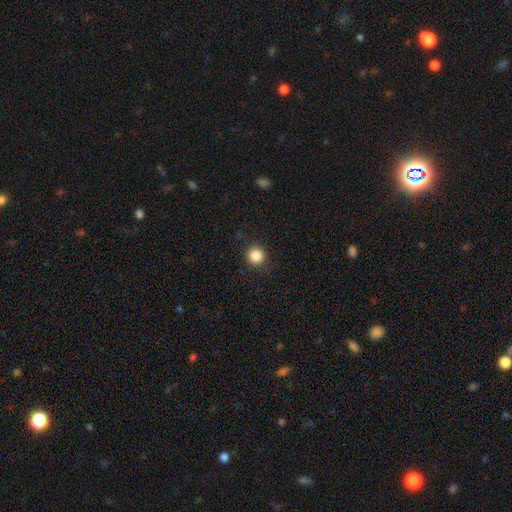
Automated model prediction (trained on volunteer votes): Morphology: type=smooth (86%); roundness=round (94%); merging=none (90%).